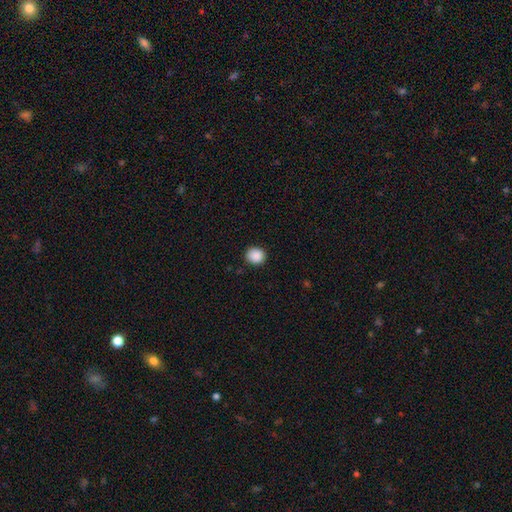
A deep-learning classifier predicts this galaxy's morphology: A smooth galaxy with no disk features (89%) that is round (83%).

Vote fractions:
- Smooth or featured? smooth: 89% / star or artifact: 9% / featured or disk: 2%
- How rounded? round: 83% / in between: 16% / cigar-shaped: 1%
- Merging? none: 90% / minor disturbance: 7% / major disturbance: 2% / merger: 1%